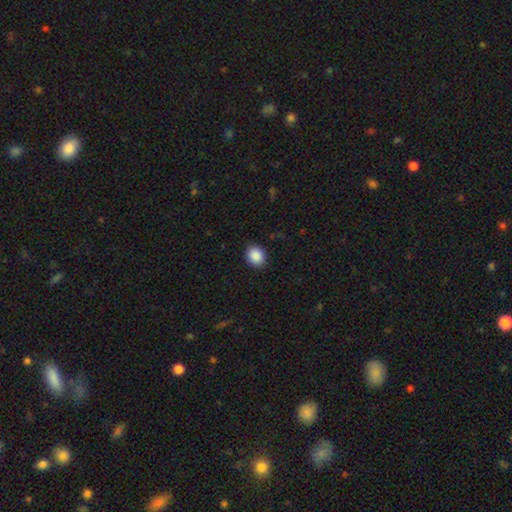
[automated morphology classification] A smooth galaxy with no disk features (89%) that is round (64%). Merging: none (90%).